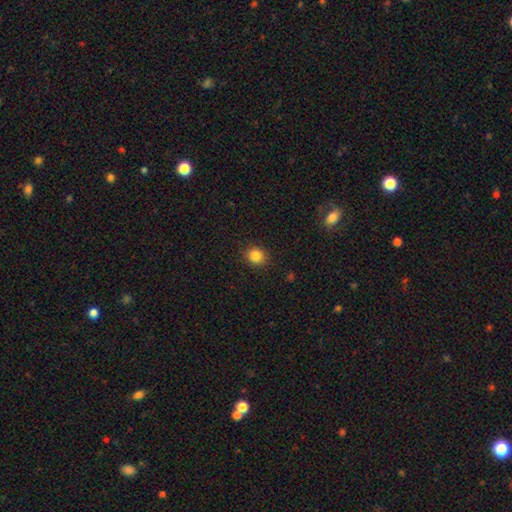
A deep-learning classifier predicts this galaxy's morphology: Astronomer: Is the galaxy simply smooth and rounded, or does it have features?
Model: smooth — 85%.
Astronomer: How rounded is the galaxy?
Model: round — 81%.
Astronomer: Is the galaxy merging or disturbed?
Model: none — 89%.